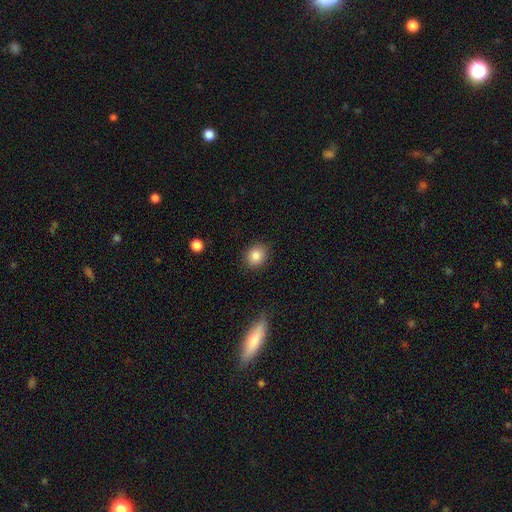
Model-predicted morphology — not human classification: smooth_or_featured: smooth (p=0.85) [alt: star or artifact p=0.09]
how_rounded: round (p=0.64) [alt: in between p=0.35]
merging: none (p=0.87) [alt: minor disturbance p=0.09]